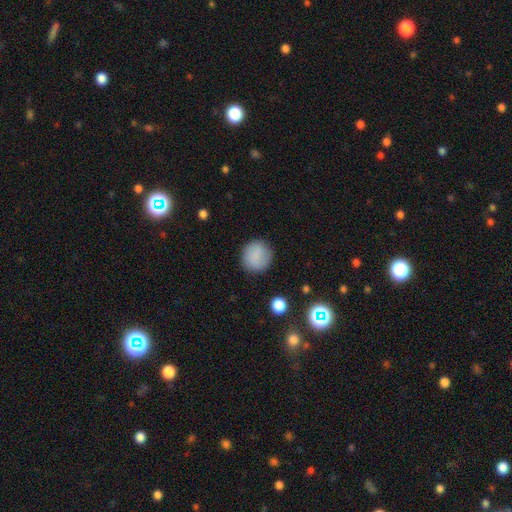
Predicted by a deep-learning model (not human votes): Smooth or featured: smooth — 84% (featured or disk — 8%)
How rounded: round — 89% (in between — 10%)
Merging: none — 86% (minor disturbance — 10%)